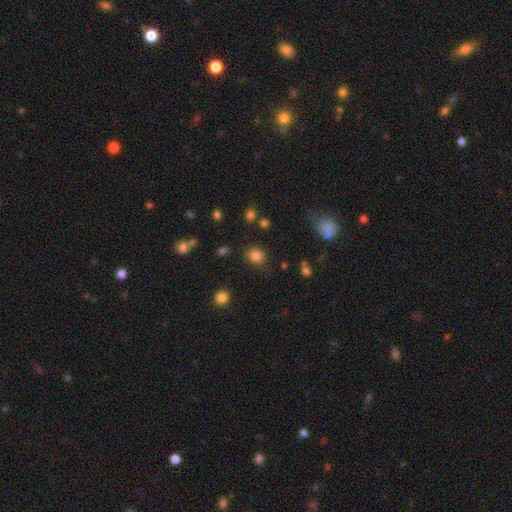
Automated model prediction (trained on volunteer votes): This is clearly a smooth galaxy (82%). How rounded: likely round (69%). Merging: clearly none (80%).